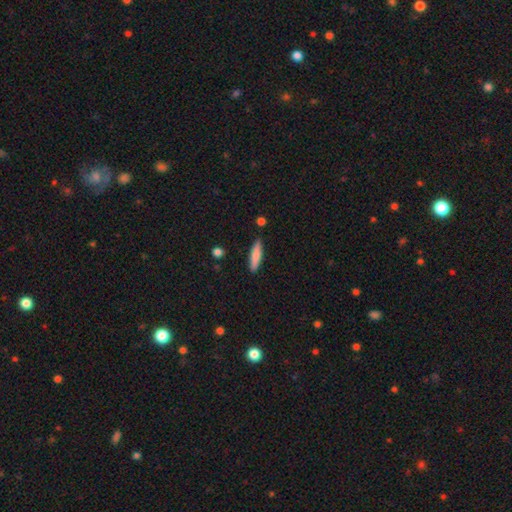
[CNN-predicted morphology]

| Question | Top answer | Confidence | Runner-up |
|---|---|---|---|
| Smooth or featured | smooth | 77% | featured or disk (18%) |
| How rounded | cigar-shaped | 76% | in between (22%) |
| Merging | none | 87% | minor disturbance (9%) |